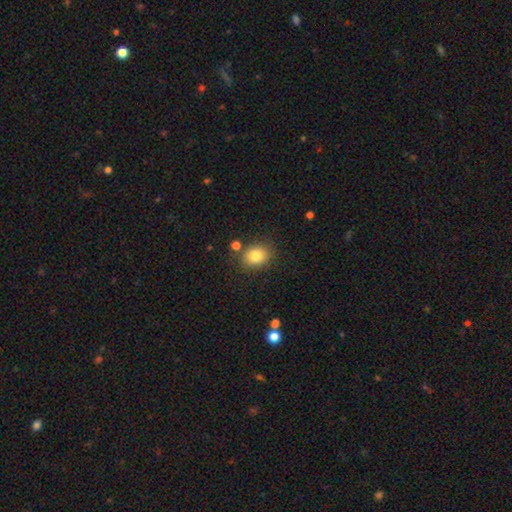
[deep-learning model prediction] smooth-or-featured: smooth: 82% | star or artifact: 11% | featured or disk: 8%
  how-rounded: round: 55% | in between: 44% | cigar-shaped: 1%
  merging: none: 79% | minor disturbance: 11% | merger: 6% | major disturbance: 3%